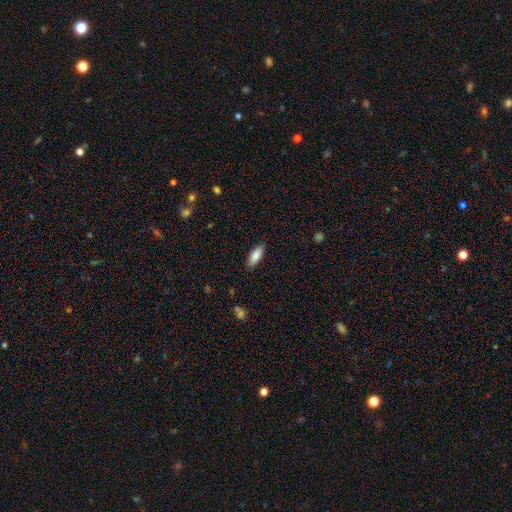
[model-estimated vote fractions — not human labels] A smooth galaxy with no disk features (84%) that is in between round and cigar-shaped (73%). Merging: none (86%).